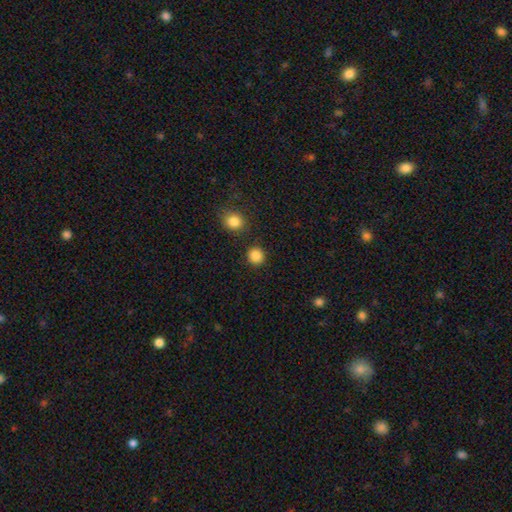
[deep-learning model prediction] smooth 87%, star or artifact 10%, featured or disk 3%. Down the decision tree: how rounded — round (92%); merging — none (87%).